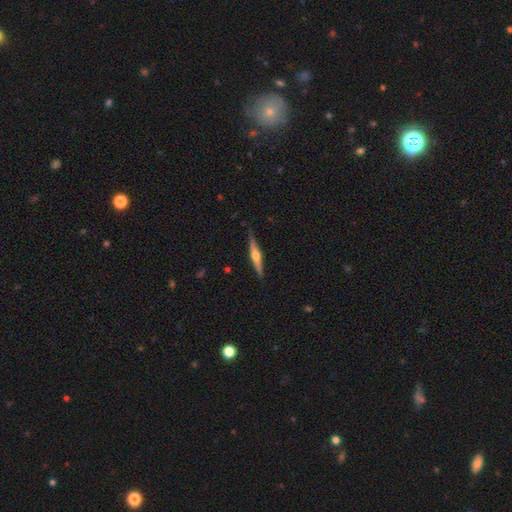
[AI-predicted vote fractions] Smooth or featured: featured or disk — 72% (smooth — 22%)
Edge-on disk: yes — 98% (no — 2%)
Edge-on bulge: rounded — 92% (boxy — 4%)
Merging: none — 86% (minor disturbance — 11%)